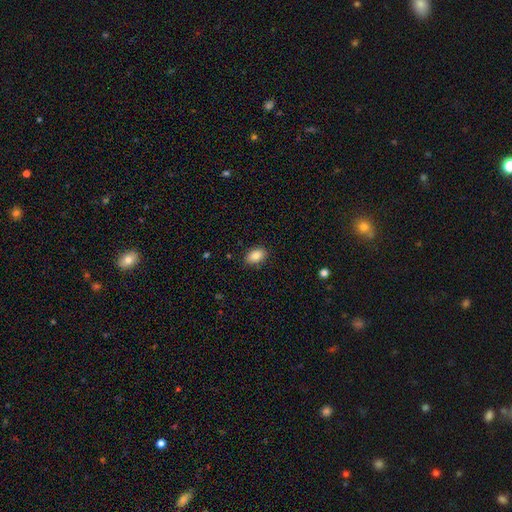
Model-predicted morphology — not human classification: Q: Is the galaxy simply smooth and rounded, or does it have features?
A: smooth — 85%.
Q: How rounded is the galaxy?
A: in between — 87%.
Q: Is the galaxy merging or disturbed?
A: none — 88%.